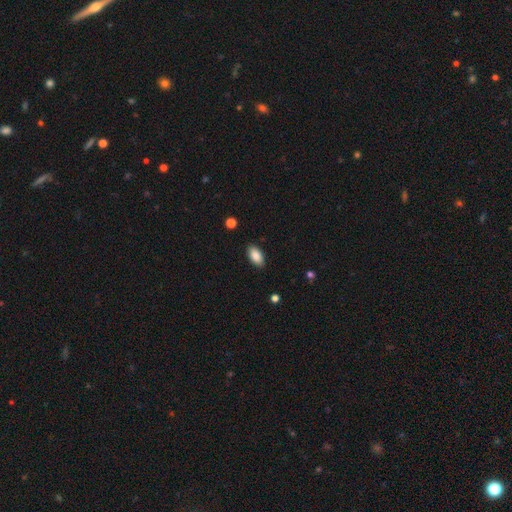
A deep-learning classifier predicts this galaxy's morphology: Overall: smooth (88%). How rounded: in between (94%). Merging: none (88%).